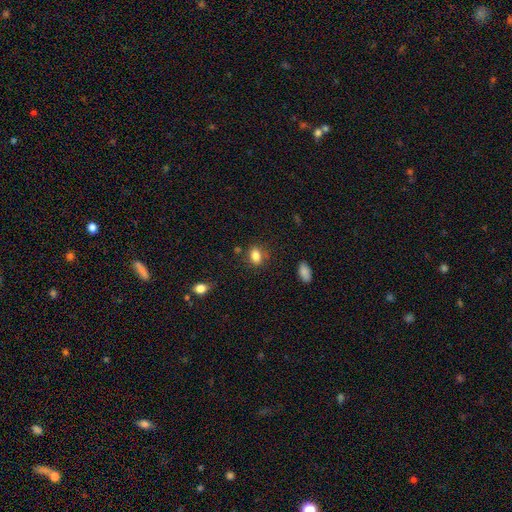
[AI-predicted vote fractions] smooth_or_featured: smooth (p=0.84) [alt: star or artifact p=0.10]
how_rounded: in between (p=0.74) [alt: round p=0.24]
merging: none (p=0.78) [alt: minor disturbance p=0.15]